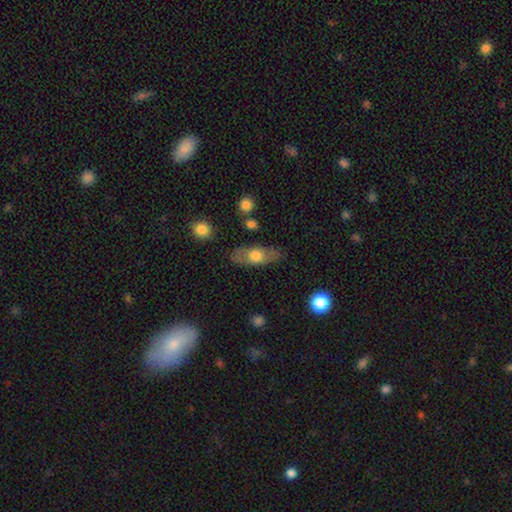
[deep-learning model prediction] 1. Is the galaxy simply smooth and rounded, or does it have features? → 56% smooth, 38% featured or disk, 6% star or artifact.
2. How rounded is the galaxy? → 71% in between, 23% cigar-shaped, 6% round.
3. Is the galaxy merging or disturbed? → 78% none, 15% minor disturbance, 5% major disturbance, 3% merger.